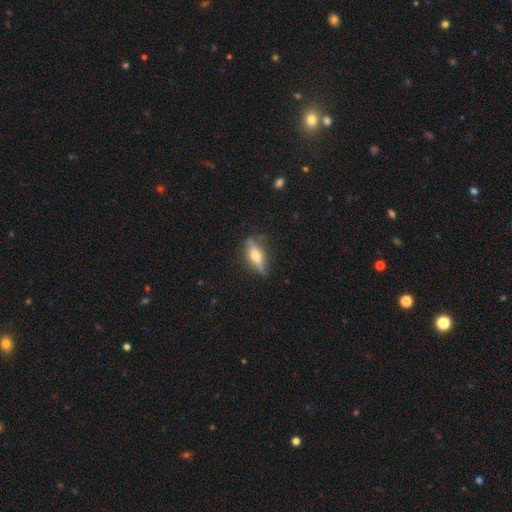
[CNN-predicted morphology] smooth_or_featured: featured or disk (p=0.61) [alt: smooth p=0.32]
disk_edge_on: yes (p=0.88) [alt: no p=0.12]
edge_on_bulge: rounded (p=0.92) [alt: boxy p=0.05]
merging: none (p=0.76) [alt: minor disturbance p=0.17]